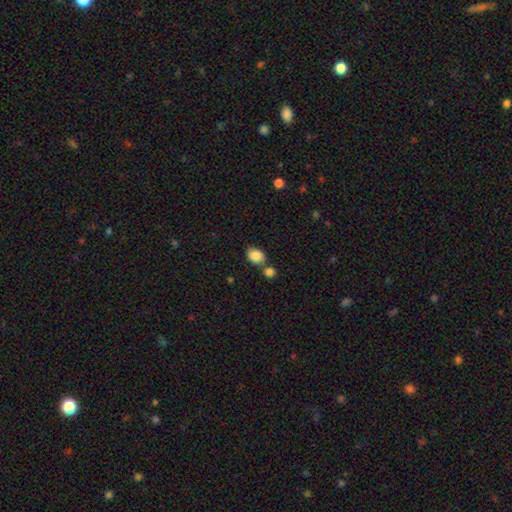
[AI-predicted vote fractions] The model was most divided on "how rounded": in between: 62%, round: 37%, cigar-shaped: 1%. More confident: smooth or featured — smooth (87%); merging — none (56%).